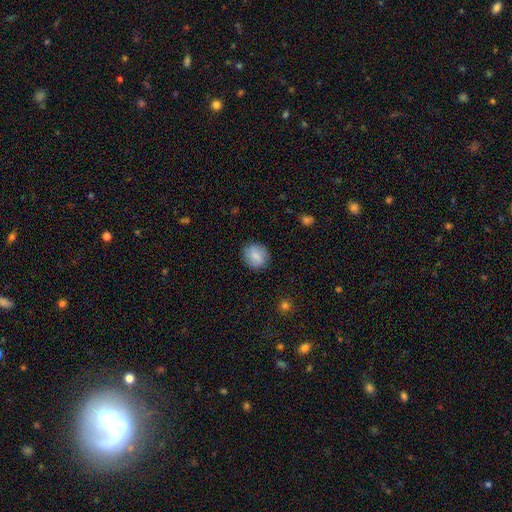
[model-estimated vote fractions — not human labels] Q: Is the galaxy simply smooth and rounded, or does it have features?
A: smooth — 80%.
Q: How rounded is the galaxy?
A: round — 77%.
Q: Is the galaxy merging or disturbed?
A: none — 87%.